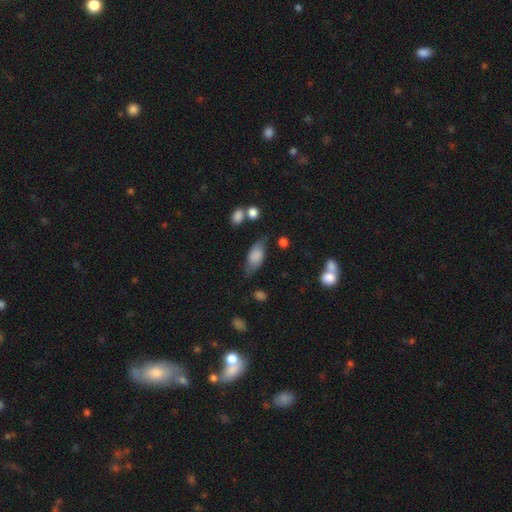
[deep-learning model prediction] This appears to be a smooth galaxy with no disk features (70%) that is in between round and cigar-shaped (84%). Merging: none (63%).